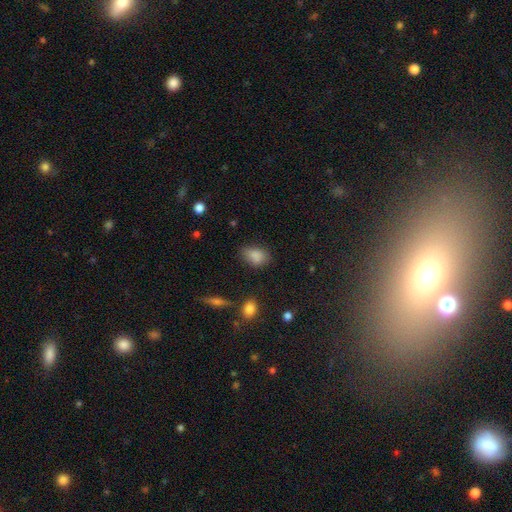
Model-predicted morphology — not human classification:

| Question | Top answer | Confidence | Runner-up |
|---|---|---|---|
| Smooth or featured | smooth | 84% | star or artifact (10%) |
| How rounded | in between | 82% | round (16%) |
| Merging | none | 68% | minor disturbance (23%) |